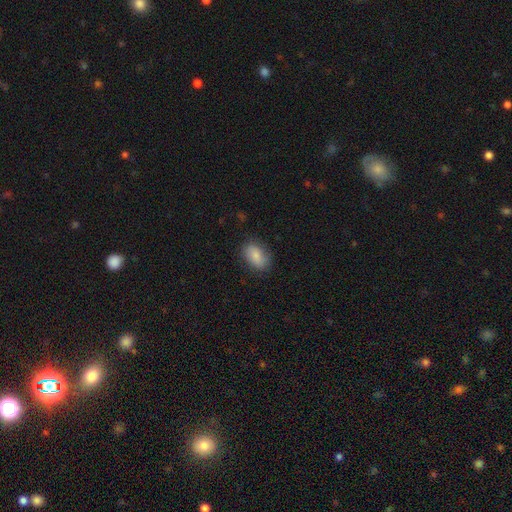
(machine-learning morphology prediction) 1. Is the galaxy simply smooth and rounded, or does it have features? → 80% smooth, 13% featured or disk, 7% star or artifact.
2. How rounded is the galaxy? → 87% in between, 10% round, 2% cigar-shaped.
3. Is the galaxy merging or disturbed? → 79% none, 16% minor disturbance, 4% major disturbance, 1% merger.